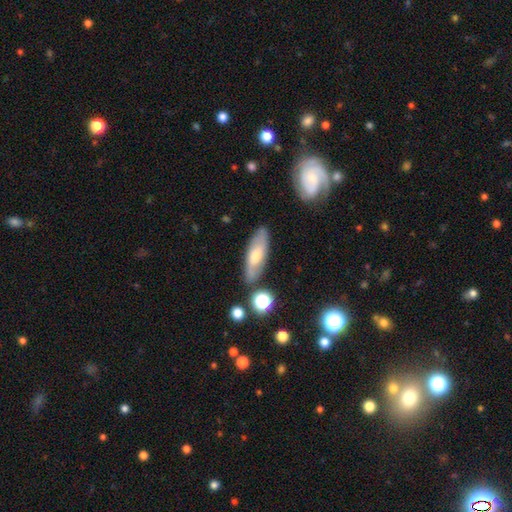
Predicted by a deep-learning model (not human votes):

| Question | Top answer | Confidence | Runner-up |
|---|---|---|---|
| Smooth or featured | smooth | 51% | featured or disk (41%) |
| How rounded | in between | 56% | cigar-shaped (41%) |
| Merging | none | 79% | minor disturbance (14%) |